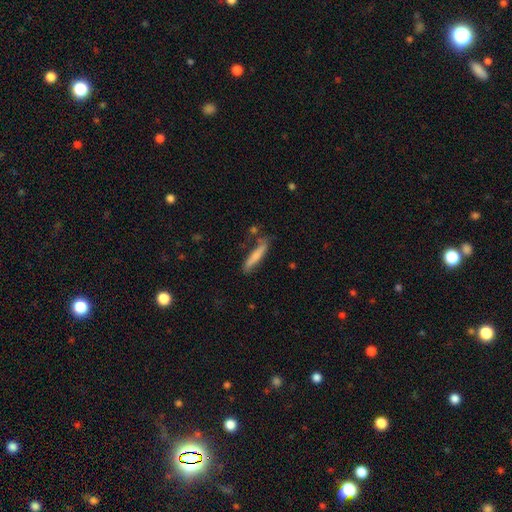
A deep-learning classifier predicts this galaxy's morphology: smooth_or_featured: smooth (p=0.66) [alt: featured or disk p=0.28]
how_rounded: cigar-shaped (p=0.89) [alt: in between p=0.09]
merging: none (p=0.72) [alt: minor disturbance p=0.18]